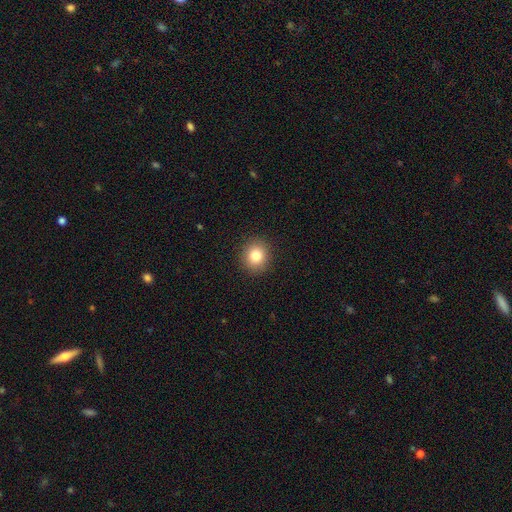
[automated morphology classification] Overall: smooth (82%). How rounded: round (82%). Merging: none (91%).